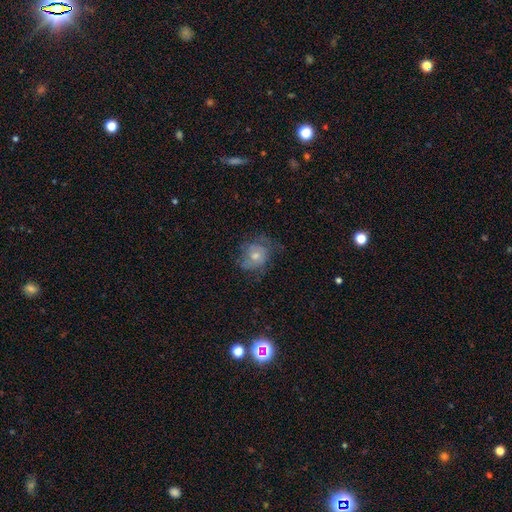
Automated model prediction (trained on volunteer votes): A featured or disk galaxy (56%) with no bar (80%), spiral arms (78%) and a moderate central bulge (49%). Merging: none (63%).